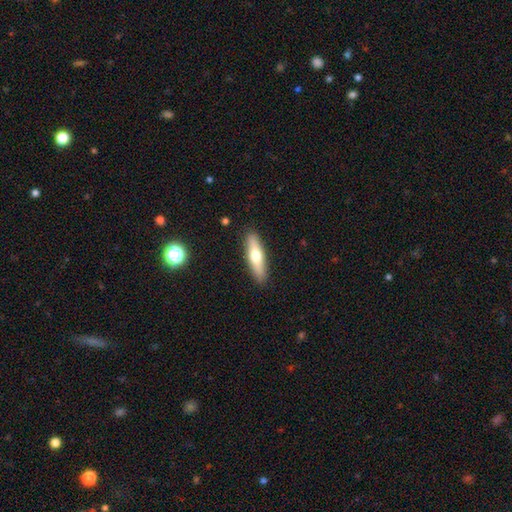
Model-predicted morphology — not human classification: type=smooth (57%); roundness=cigar-shaped (69%); merging=none (90%).